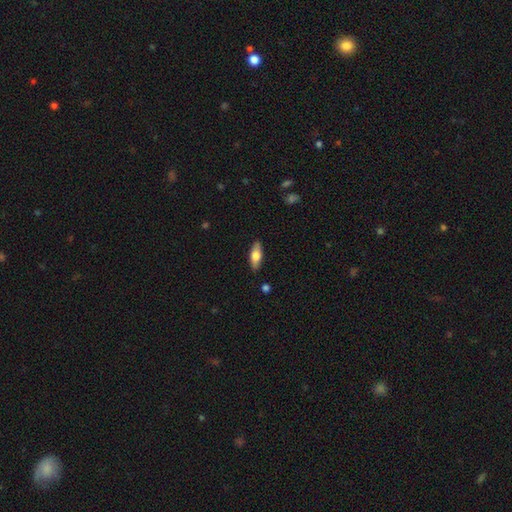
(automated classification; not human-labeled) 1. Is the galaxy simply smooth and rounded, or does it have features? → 63% smooth, 31% featured or disk, 6% star or artifact.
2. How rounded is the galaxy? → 66% in between, 31% cigar-shaped, 3% round.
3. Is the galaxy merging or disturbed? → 88% none, 9% minor disturbance, 2% major disturbance, 1% merger.